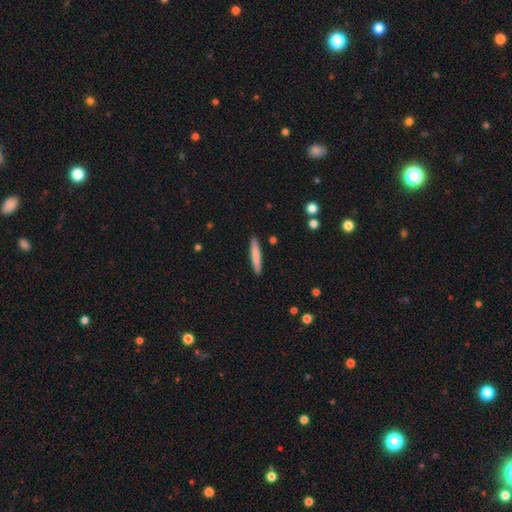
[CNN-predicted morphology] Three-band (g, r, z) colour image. It shows a smooth galaxy with no disk features (78%) that is cigar-shaped (94%). Merging: none (91%).